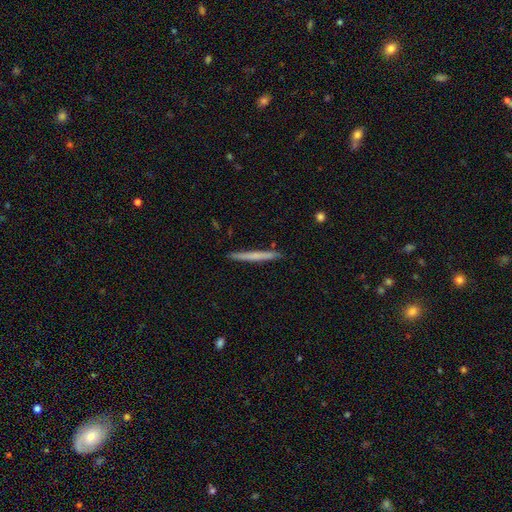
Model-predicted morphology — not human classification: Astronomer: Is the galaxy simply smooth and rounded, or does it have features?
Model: smooth — 58% (runner-up: featured or disk, 37%).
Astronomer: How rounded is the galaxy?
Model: cigar-shaped — 97%.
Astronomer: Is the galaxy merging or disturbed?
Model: none — 90%.